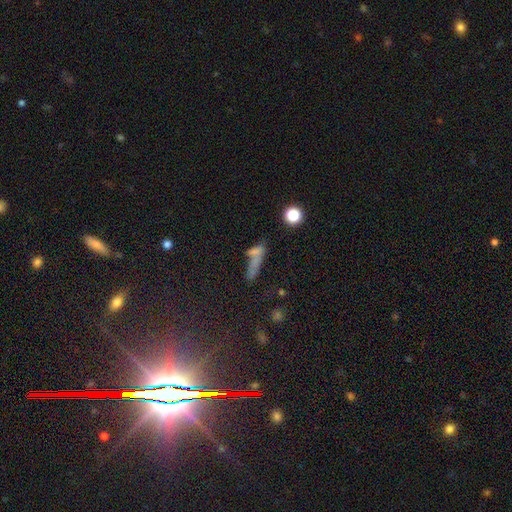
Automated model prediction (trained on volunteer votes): A smooth galaxy with no disk features (60%) that is cigar-shaped (56%). Merging: none (37%).